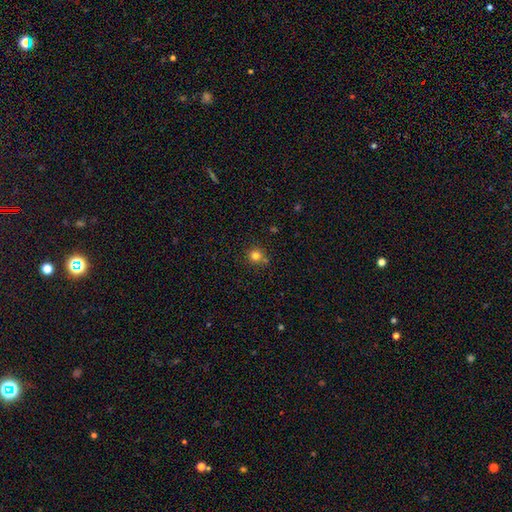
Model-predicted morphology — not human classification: smooth 79%, star or artifact 15%, featured or disk 7%. Down the decision tree: how rounded — round (92%); merging — none (76%).